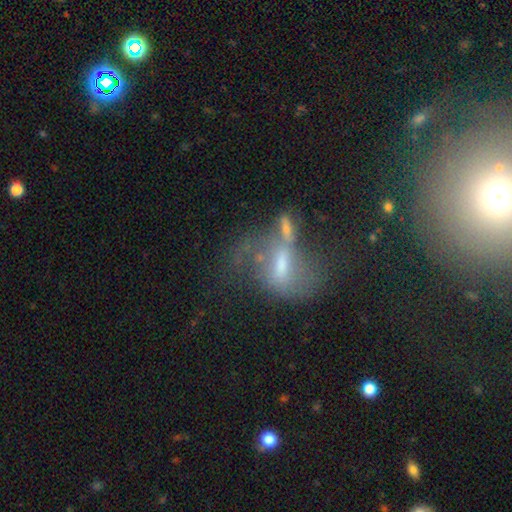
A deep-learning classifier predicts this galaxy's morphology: smooth-or-featured: featured or disk: 60% | smooth: 23% | star or artifact: 18%
  disk-edge-on: no: 91% | yes: 9%
    bar: weak: 43% | no: 32% | strong: 25%
    has-spiral-arms: yes: 58% | no: 42%
    bulge-size: moderate: 43% | small: 35% | none: 13% | large: 6% | dominant: 2%
  merging: major disturbance: 29% (tied) | none: 29% (tied) | merger: 26% | minor disturbance: 16%